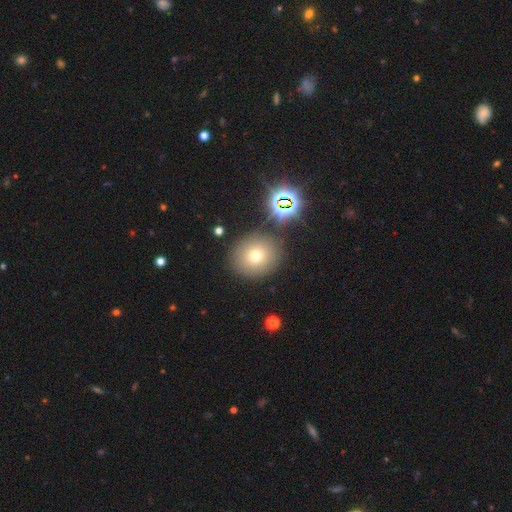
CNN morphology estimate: Overall: smooth (69%). How rounded: round (85%). Merging: none (83%).